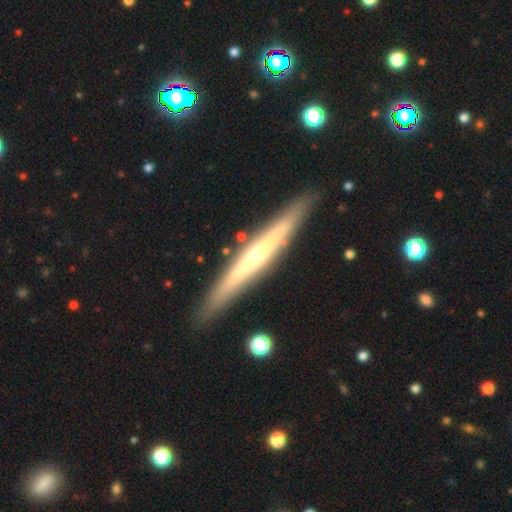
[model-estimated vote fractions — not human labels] smooth_or_featured: featured or disk (p=0.72) [alt: smooth p=0.22]
disk_edge_on: yes (p=0.96) [alt: no p=0.04]
edge_on_bulge: rounded (p=0.74) [alt: none p=0.21]
merging: none (p=0.89) [alt: minor disturbance p=0.08]